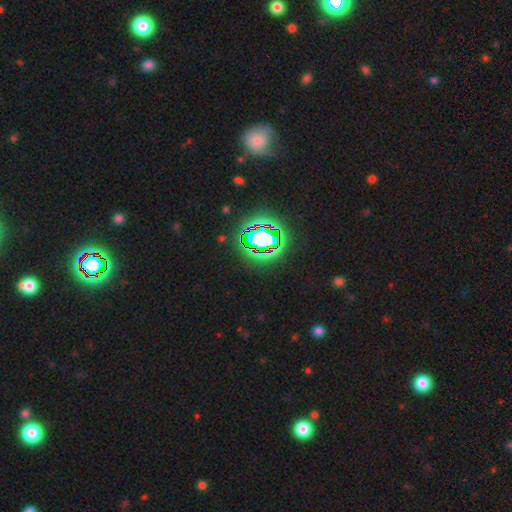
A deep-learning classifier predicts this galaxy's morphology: Smooth or featured?
  - star or artifact: 81% *
  - smooth: 12%
  - featured or disk: 8%